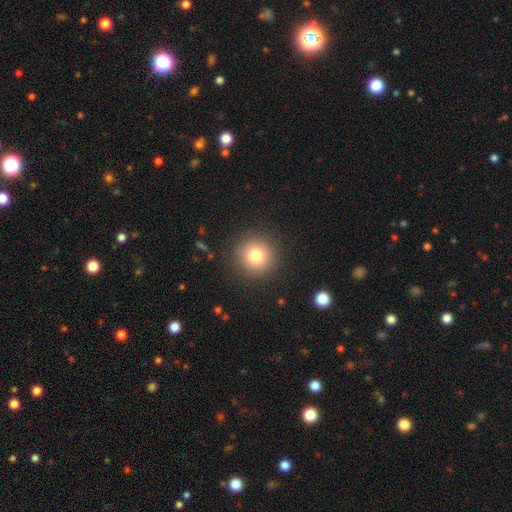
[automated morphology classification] Smooth or featured? smooth (79%)
How rounded? round (95%)
Merging? none (89%)